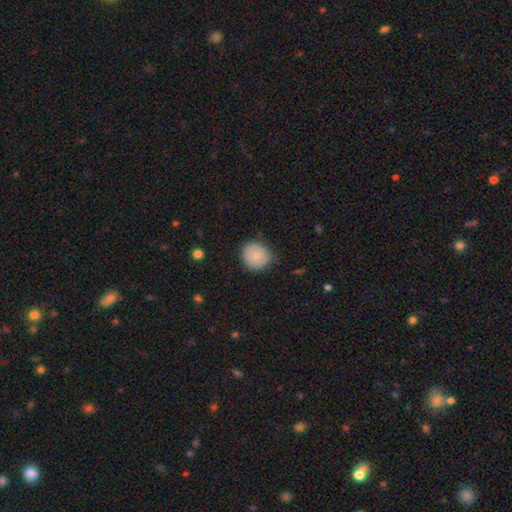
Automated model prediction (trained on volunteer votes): Q: Smooth or featured?
A: smooth (77%); runner-up: featured or disk (15%)
Q: How rounded?
A: round (85%); runner-up: in between (15%)
Q: Merging?
A: none (75%); runner-up: minor disturbance (21%)